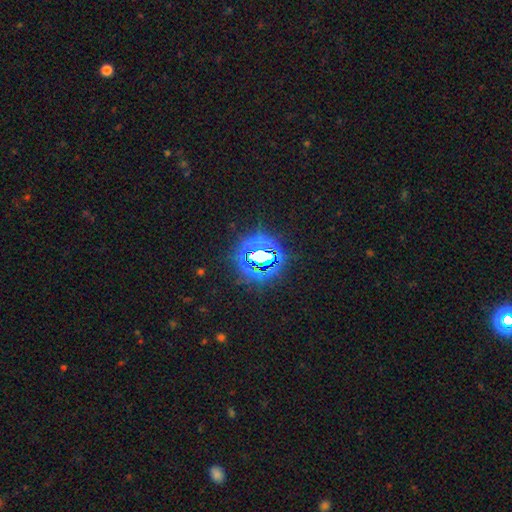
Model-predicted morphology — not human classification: Smooth or featured?
  - star or artifact: 78% *
  - smooth: 13%
  - featured or disk: 9%